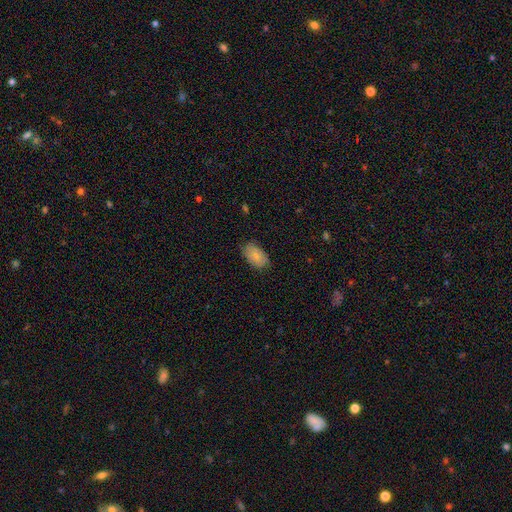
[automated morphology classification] smooth_or_featured: smooth (p=0.78) [alt: featured or disk p=0.15]
how_rounded: in between (p=0.91) [alt: round p=0.07]
merging: none (p=0.76) [alt: minor disturbance p=0.19]